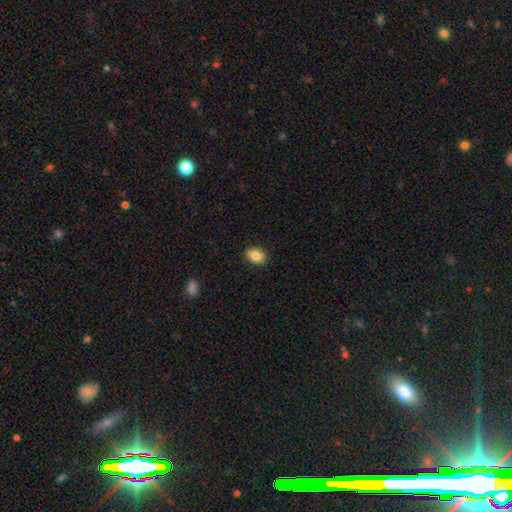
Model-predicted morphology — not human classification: Overall: smooth (83%). How rounded: in between (59%; round 40%). Merging: none (88%).